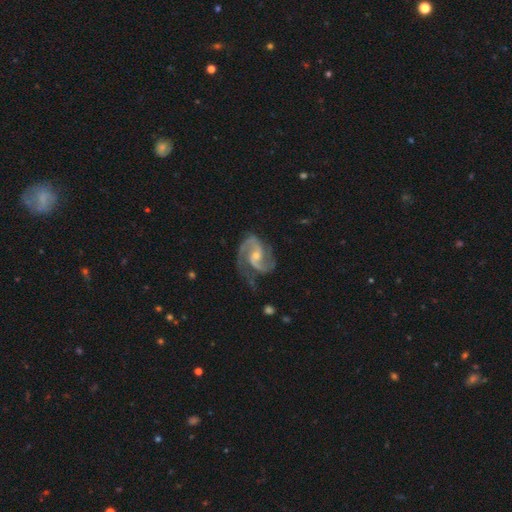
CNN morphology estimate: This is clearly a featured or disk galaxy (91%). It is clearly not viewed edge-on (98%). Bar: possibly weak (45%). Spiral arm pattern: clearly yes (98%). Spiral arm count: clearly 2 (88%). Spiral winding: possibly medium (60%). Central bulge: possibly small (50%). Merging: likely none (62%).